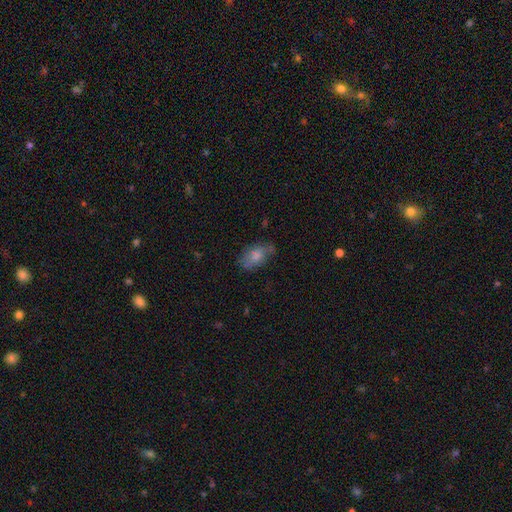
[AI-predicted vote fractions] Smooth or featured?
  - smooth: 70% *
  - featured or disk: 22%
  - star or artifact: 8%
How rounded?
  - in between: 90% *
  - round: 7%
  - cigar-shaped: 3%
Merging?
  - none: 55% *
  - minor disturbance: 30%
  - major disturbance: 12%
  - merger: 3%